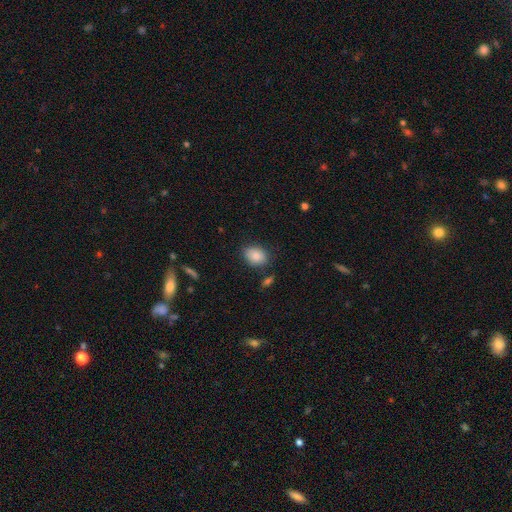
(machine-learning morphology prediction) Smooth or featured? smooth (84%)
How rounded? in between (69%)
Merging? none (77%)